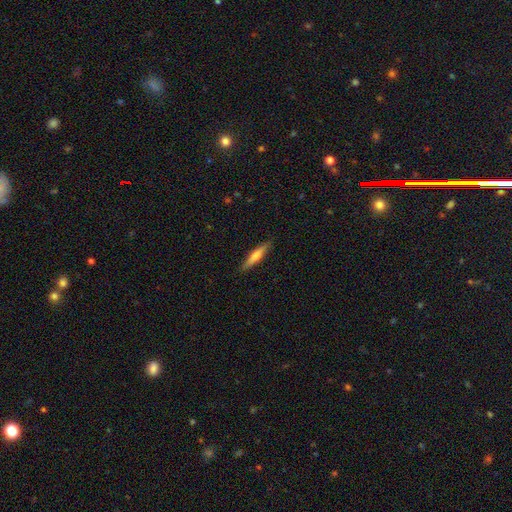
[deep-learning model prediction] A smooth galaxy with no disk features (59%) that is cigar-shaped (89%). Merging: none (89%).